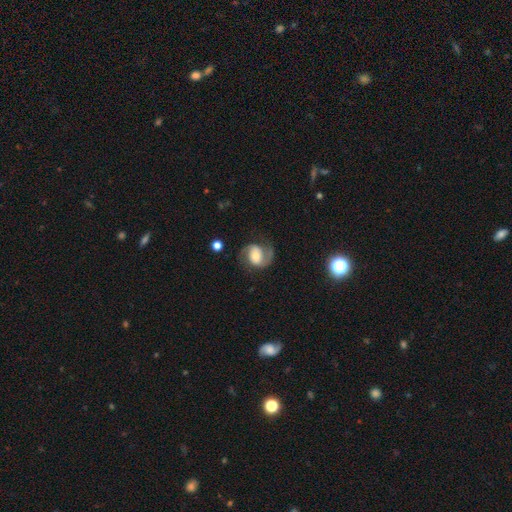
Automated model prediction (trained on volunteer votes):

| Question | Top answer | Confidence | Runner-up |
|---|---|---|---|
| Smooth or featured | featured or disk | 78% | smooth (16%) |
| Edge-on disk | no | 98% | yes (2%) |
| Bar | no | 46% | weak (36%) |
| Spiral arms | yes | 94% | no (6%) |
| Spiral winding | medium | 51% | loose (27%) |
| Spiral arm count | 2 | 86% | 1 (7%) |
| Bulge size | moderate | 59% | small (25%) |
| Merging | none | 69% | minor disturbance (17%) |